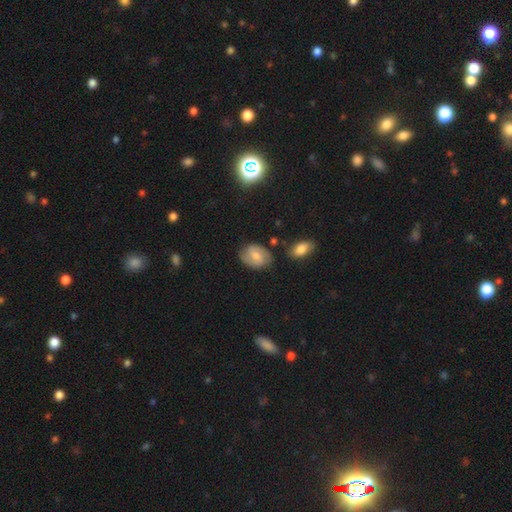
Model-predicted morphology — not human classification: This is possibly a smooth galaxy (54%). How rounded: likely in between (68%). Merging: likely none (74%).